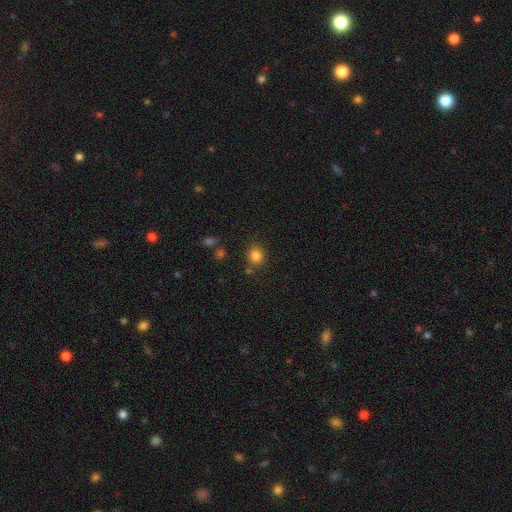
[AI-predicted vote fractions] Smooth or featured: smooth — 83% (star or artifact — 12%)
How rounded: round — 82% (in between — 17%)
Merging: none — 82% (minor disturbance — 9%)